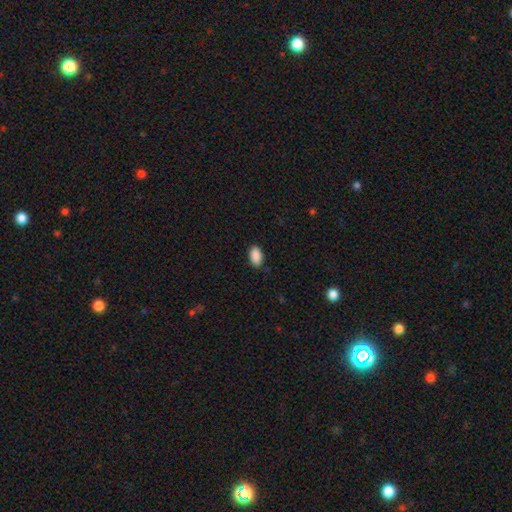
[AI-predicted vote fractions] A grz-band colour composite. It shows a smooth galaxy with no disk features (90%) that is in between round and cigar-shaped (93%). Merging: none (87%).